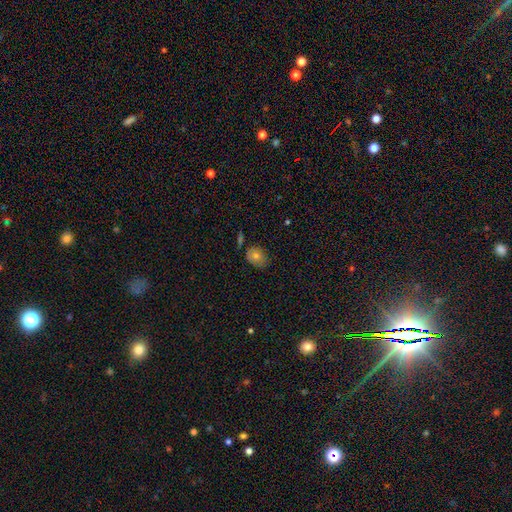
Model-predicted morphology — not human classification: Smooth or featured? Predicted: smooth (p=0.70). How rounded? Predicted: round (p=0.54). Merging? Predicted: none (p=0.70).